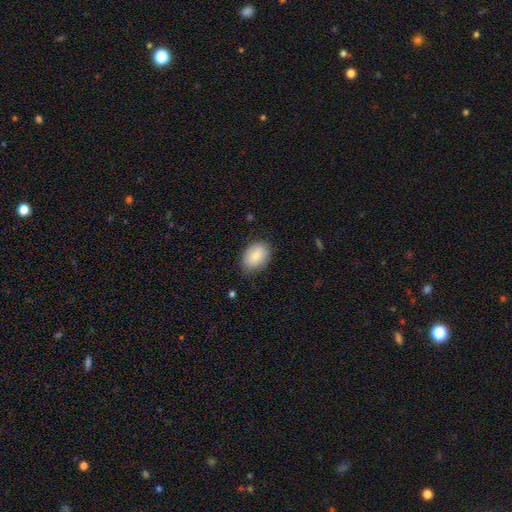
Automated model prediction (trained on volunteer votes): Smooth or featured? smooth (86%)
How rounded? in between (82%)
Merging? none (79%)